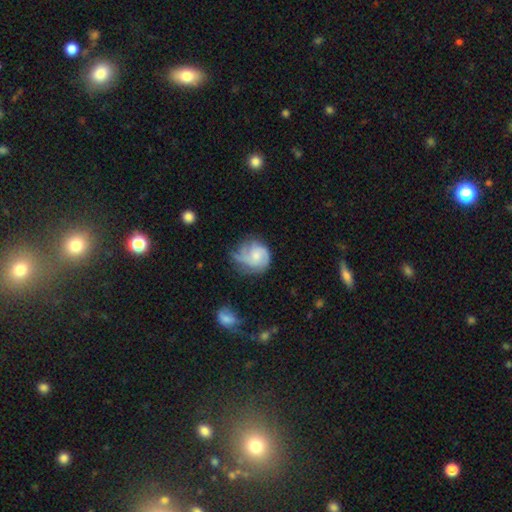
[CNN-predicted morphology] A featured or disk galaxy (62%) with no bar (73%), 2 (31%) medium (40%) spiral arms (87%) and a small central bulge (48%).

Vote fractions:
- Smooth or featured? featured or disk: 62% / smooth: 31% / star or artifact: 7%
- Edge-on disk? no: 98% / yes: 2%
- Bar? no: 73% / weak: 24% / strong: 3%
- Spiral arms? yes: 87% / no: 13%
- Spiral winding? medium: 40% / tight: 39% / loose: 21%
- Spiral arm count? 2: 31% / can't tell: 26% / 3: 24% / 1: 11% / 4: 5% / more than 4: 3%
- Bulge size? small: 48% / moderate: 37% / none: 10% / large: 4% / dominant: 1%
- Merging? none: 43% / minor disturbance: 31% / major disturbance: 23% / merger: 4%